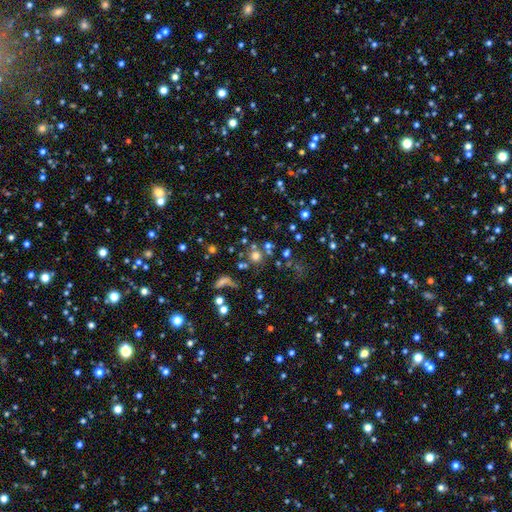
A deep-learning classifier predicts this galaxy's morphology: smooth-or-featured: smooth: 65% | star or artifact: 22% | featured or disk: 13%
  how-rounded: round: 89% | in between: 9% | cigar-shaped: 1%
  merging: none: 64% | merger: 17% | minor disturbance: 10% | major disturbance: 8%